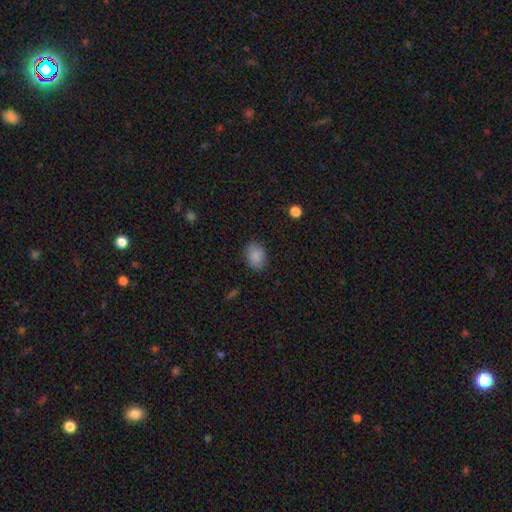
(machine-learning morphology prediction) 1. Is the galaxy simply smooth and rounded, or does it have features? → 86% smooth, 8% star or artifact, 5% featured or disk.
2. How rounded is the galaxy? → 66% in between, 33% round, 1% cigar-shaped.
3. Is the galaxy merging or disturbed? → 82% none, 13% minor disturbance, 3% major disturbance, 1% merger.